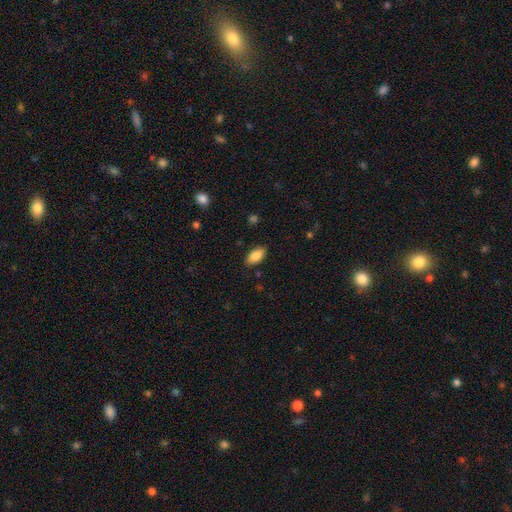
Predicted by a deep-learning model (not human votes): A smooth galaxy with no disk features (86%) that is in between round and cigar-shaped (92%). Merging: none (86%).